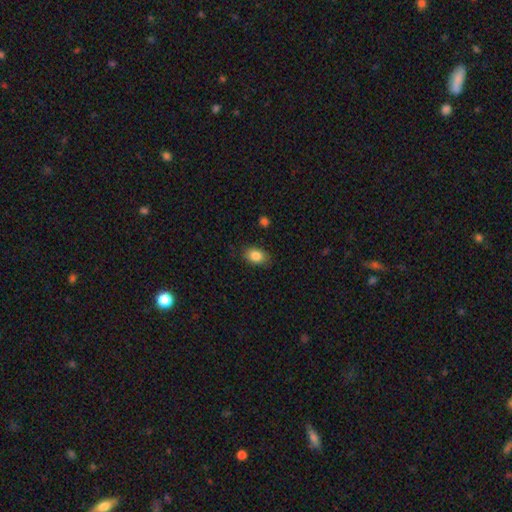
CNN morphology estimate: smooth 86%, star or artifact 8%, featured or disk 6%. Down the decision tree: how rounded — in between (82%); merging — none (84%).